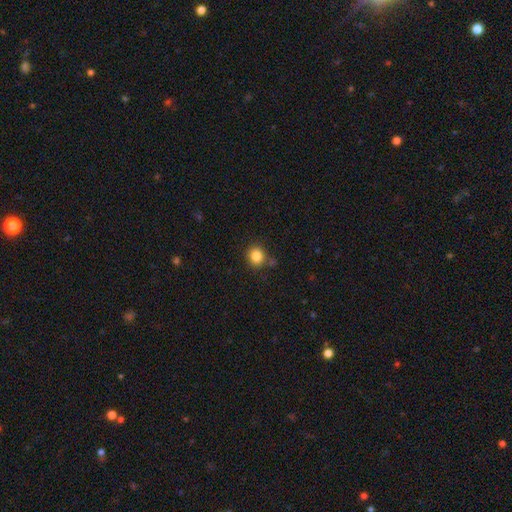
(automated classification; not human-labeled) smooth_or_featured: smooth (p=0.84) [alt: star or artifact p=0.11]
how_rounded: round (p=0.87) [alt: in between p=0.12]
merging: none (p=0.80) [alt: minor disturbance p=0.11]